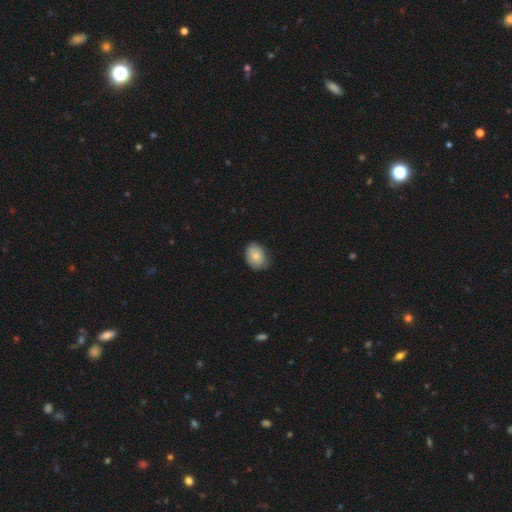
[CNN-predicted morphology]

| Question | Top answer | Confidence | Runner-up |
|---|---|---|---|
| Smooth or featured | smooth | 83% | featured or disk (10%) |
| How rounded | in between | 70% | round (29%) |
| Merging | none | 73% | minor disturbance (23%) |